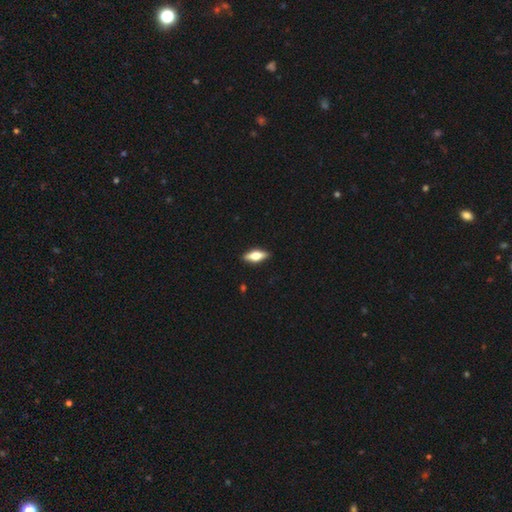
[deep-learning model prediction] The model was most divided on "smooth or featured": smooth: 54%, featured or disk: 39%, star or artifact: 6%. More confident: merging — none (89%); how rounded — in between (68%).